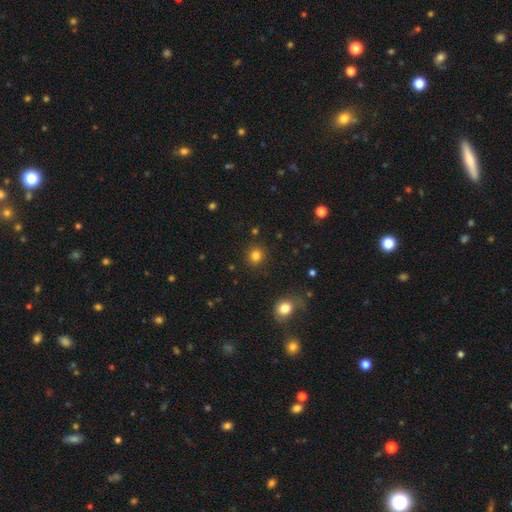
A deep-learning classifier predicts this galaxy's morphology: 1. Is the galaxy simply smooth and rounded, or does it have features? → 82% smooth, 13% star or artifact, 5% featured or disk.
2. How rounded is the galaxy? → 90% round, 9% in between, 1% cigar-shaped.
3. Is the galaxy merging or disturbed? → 90% none, 6% minor disturbance, 2% major disturbance, 2% merger.